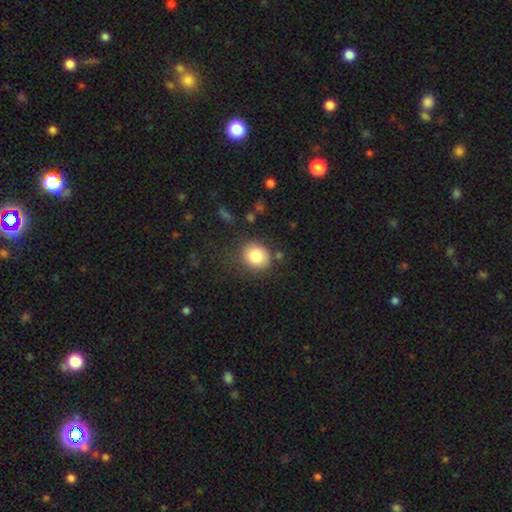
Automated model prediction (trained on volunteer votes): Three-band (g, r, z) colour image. It shows a smooth galaxy with no disk features (83%) that is round (76%). Merging: none (78%).